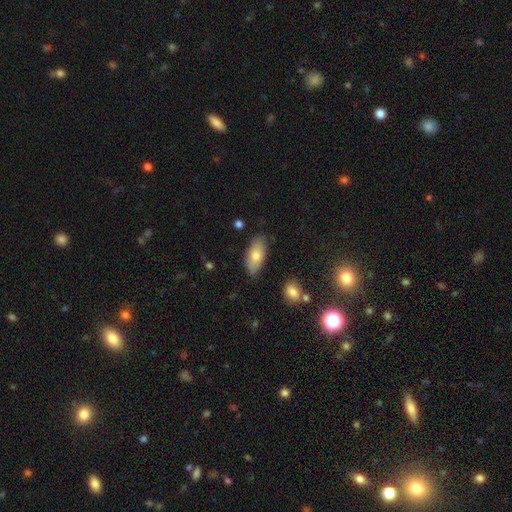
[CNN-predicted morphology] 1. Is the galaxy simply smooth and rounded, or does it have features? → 74% smooth, 20% featured or disk, 7% star or artifact.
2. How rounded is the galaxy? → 88% in between, 9% cigar-shaped, 3% round.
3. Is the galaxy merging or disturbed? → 81% none, 14% minor disturbance, 3% major disturbance, 2% merger.